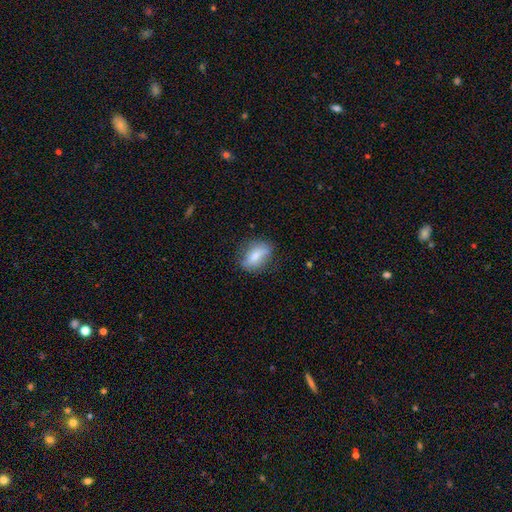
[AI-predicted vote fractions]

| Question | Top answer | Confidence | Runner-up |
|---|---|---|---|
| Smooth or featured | smooth | 70% | featured or disk (22%) |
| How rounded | in between | 79% | round (15%) |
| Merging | none | 69% | minor disturbance (23%) |